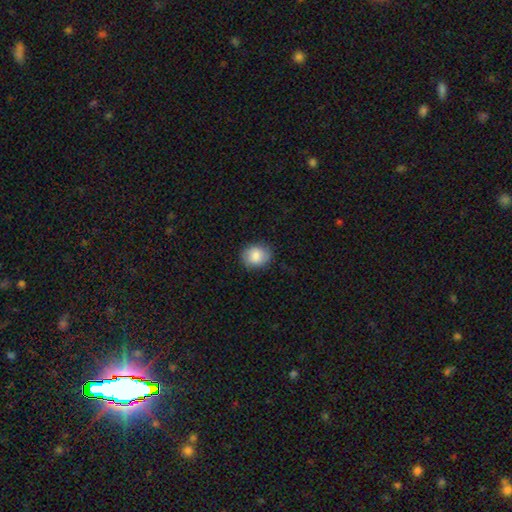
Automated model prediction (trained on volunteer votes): Overall: smooth (84%). How rounded: round (62%; in between 37%). Merging: none (85%).